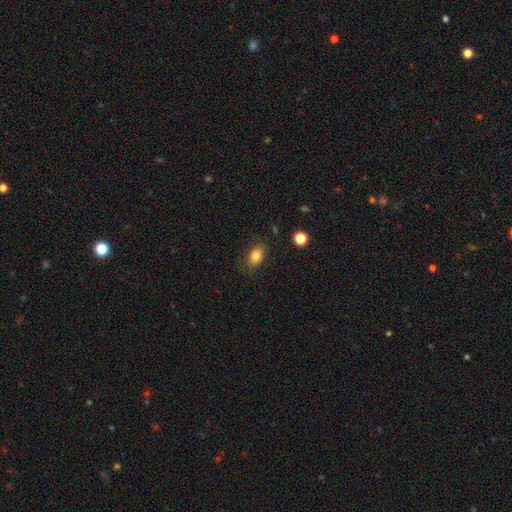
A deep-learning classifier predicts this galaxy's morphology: This appears to be a smooth galaxy with no disk features (82%) that is in between round and cigar-shaped (83%). Merging: none (78%).